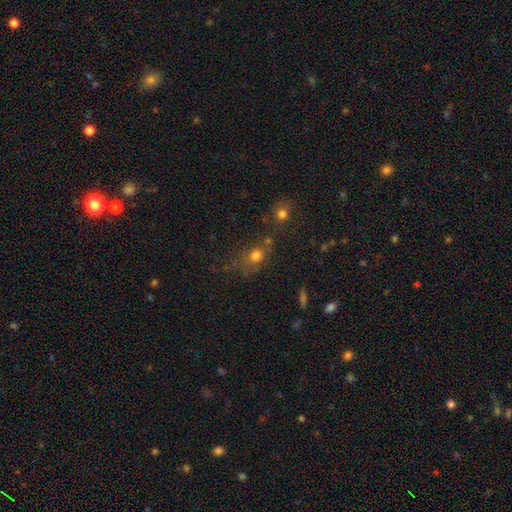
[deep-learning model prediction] smooth_or_featured: smooth (p=0.72) [alt: star or artifact p=0.17]
how_rounded: round (p=0.65) [alt: in between p=0.33]
merging: none (p=0.51) [alt: merger p=0.21]